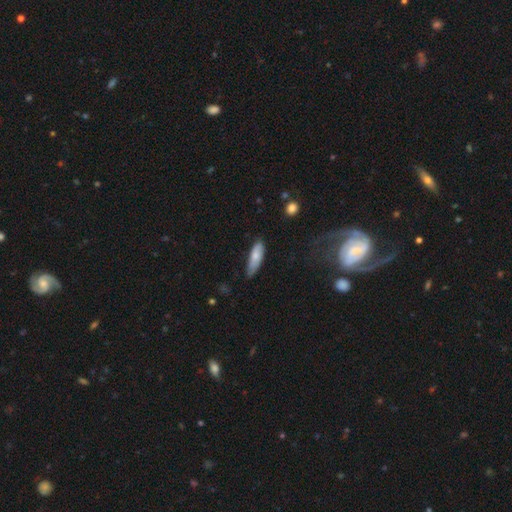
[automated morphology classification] Q: Smooth or featured?
A: smooth (75%); runner-up: featured or disk (19%)
Q: How rounded?
A: in between (58%); runner-up: cigar-shaped (40%)
Q: Merging?
A: none (64%); runner-up: minor disturbance (29%)